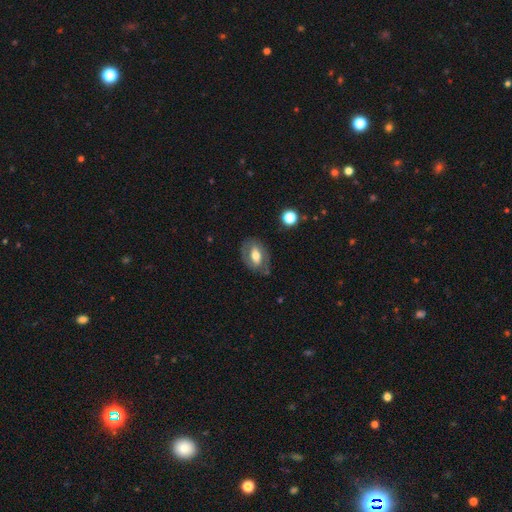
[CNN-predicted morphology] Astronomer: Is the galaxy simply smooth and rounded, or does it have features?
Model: featured or disk — 51% (runner-up: smooth, 42%).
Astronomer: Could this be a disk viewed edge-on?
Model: no — 91%.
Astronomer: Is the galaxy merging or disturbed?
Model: none — 68%.